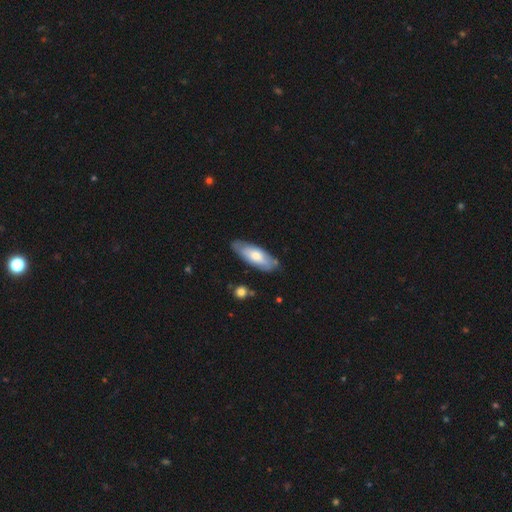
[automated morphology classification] Smooth or featured?
  - smooth: 58% *
  - featured or disk: 37%
  - star or artifact: 5%
How rounded?
  - in between: 70% *
  - cigar-shaped: 28%
  - round: 2%
Merging?
  - none: 77% *
  - minor disturbance: 18%
  - major disturbance: 3%
  - merger: 3%